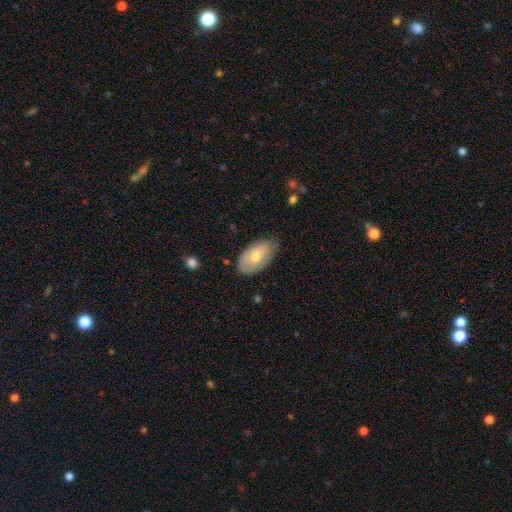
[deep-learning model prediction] This is likely a smooth galaxy (63%). How rounded: clearly in between (94%). Merging: likely none (68%).